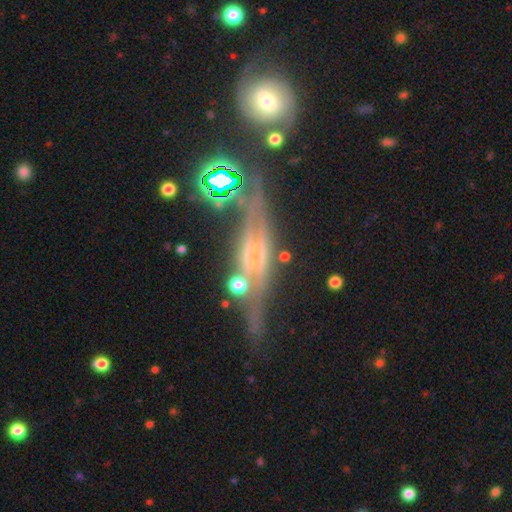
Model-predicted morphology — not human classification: Smooth or featured?
  - featured or disk: 72% *
  - star or artifact: 16%
  - smooth: 12%
Edge-on disk?
  - yes: 89% *
  - no: 11%
Edge-on bulge?
  - none: 35% *
  - rounded: 33%
  - boxy: 31%
Merging?
  - none: 69% *
  - minor disturbance: 16%
  - major disturbance: 8%
  - merger: 6%